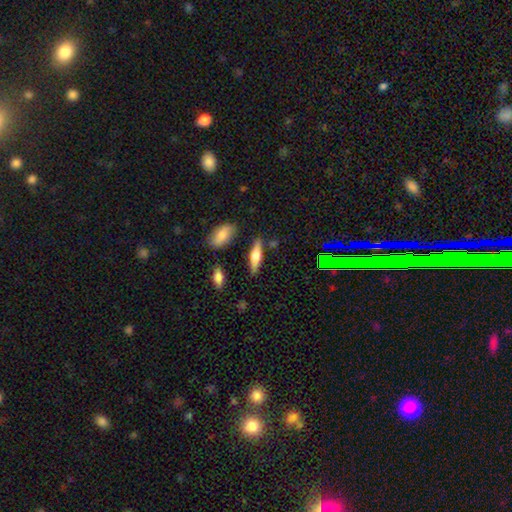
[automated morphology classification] The model was most divided on "smooth or featured": smooth: 54%, featured or disk: 38%, star or artifact: 8%. More confident: merging — none (80%); how rounded — cigar-shaped (58%).